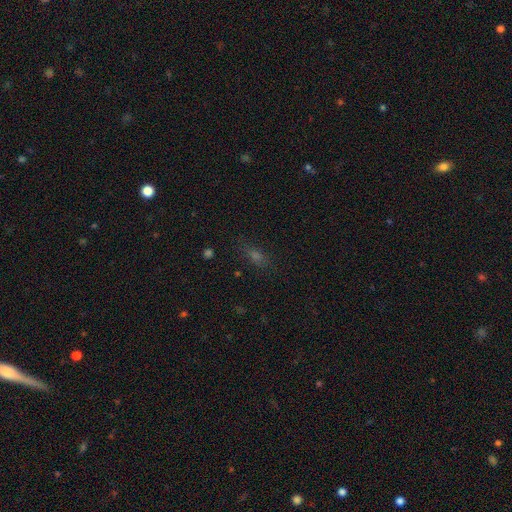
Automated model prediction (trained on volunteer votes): Smooth or featured?
  - smooth: 50% *
  - star or artifact: 35%
  - featured or disk: 15%
How rounded?
  - in between: 67% *
  - cigar-shaped: 18%
  - round: 15%
Merging?
  - none: 78% *
  - minor disturbance: 14%
  - major disturbance: 6%
  - merger: 2%